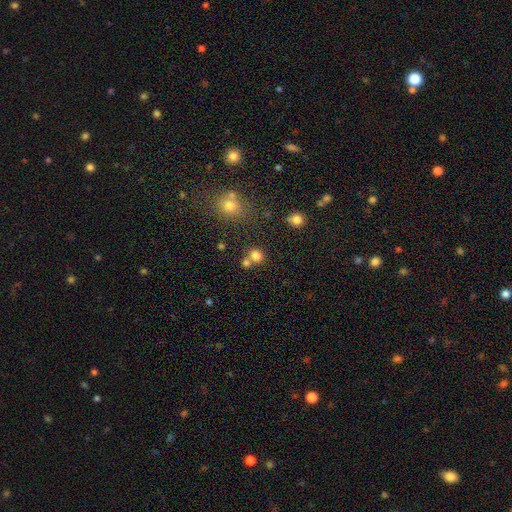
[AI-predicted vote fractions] smooth 78%, star or artifact 15%, featured or disk 7%. Down the decision tree: how rounded — round (83%); merging — none (56%).